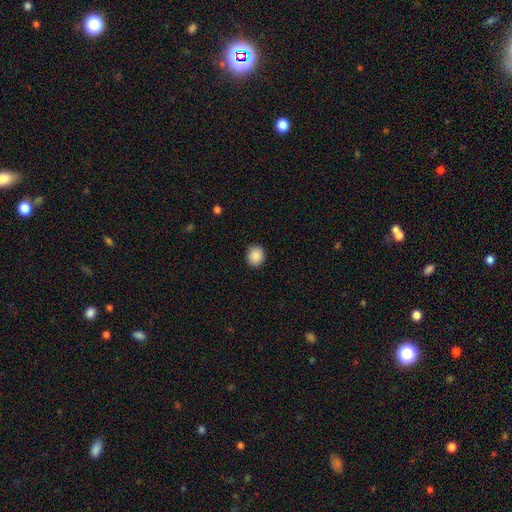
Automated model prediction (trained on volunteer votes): Q: Smooth or featured?
A: smooth (89%); runner-up: star or artifact (9%)
Q: How rounded?
A: round (79%); runner-up: in between (21%)
Q: Merging?
A: none (91%); runner-up: minor disturbance (6%)